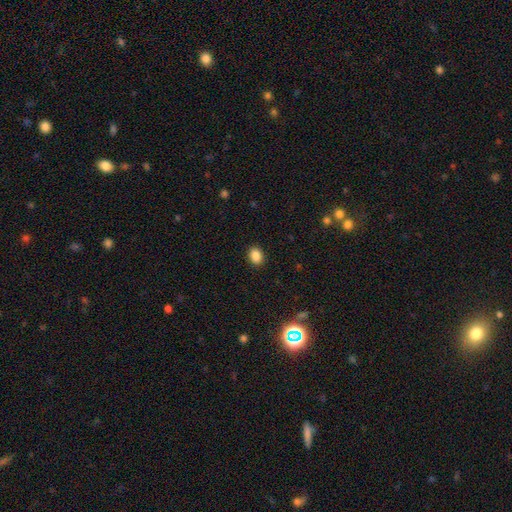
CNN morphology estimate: Smooth or featured? smooth (87%)
How rounded? in between (68%)
Merging? none (90%)